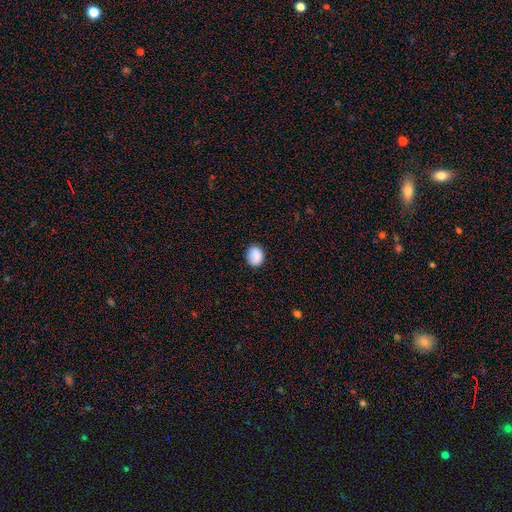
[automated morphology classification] smooth-or-featured: smooth: 88% | star or artifact: 8% | featured or disk: 4%
  how-rounded: round: 58% | in between: 41% | cigar-shaped: 1%
  merging: none: 85% | minor disturbance: 12% | major disturbance: 2% | merger: 1%